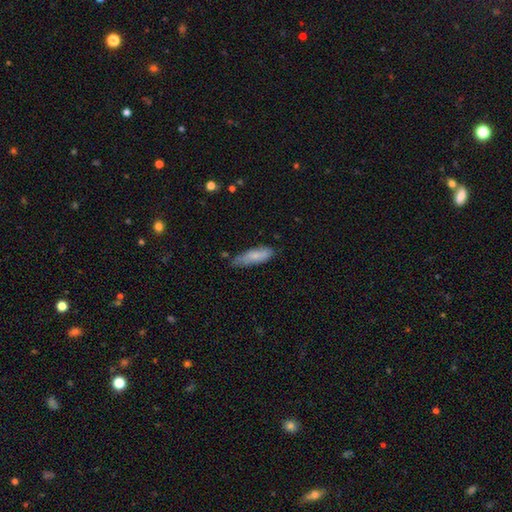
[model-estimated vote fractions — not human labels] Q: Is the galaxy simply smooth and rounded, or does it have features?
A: smooth — 78%.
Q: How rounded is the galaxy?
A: cigar-shaped — 49%, tied with in between.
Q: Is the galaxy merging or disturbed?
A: none — 57%.